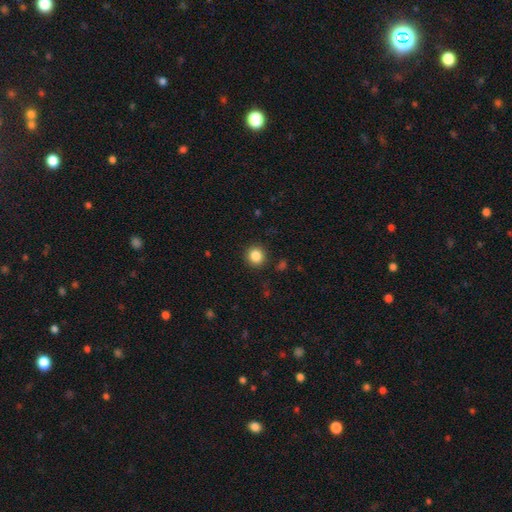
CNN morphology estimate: smooth-or-featured: smooth: 85% | star or artifact: 10% | featured or disk: 4%
  how-rounded: round: 90% | in between: 10% | cigar-shaped: 1%
  merging: none: 90% | minor disturbance: 6% | major disturbance: 2% | merger: 1%